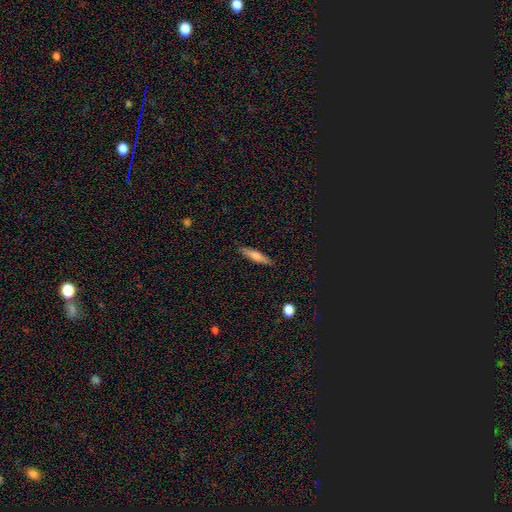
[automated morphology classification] Q: Smooth or featured?
A: smooth (64%); runner-up: featured or disk (29%)
Q: How rounded?
A: cigar-shaped (84%); runner-up: in between (15%)
Q: Merging?
A: none (88%); runner-up: minor disturbance (9%)